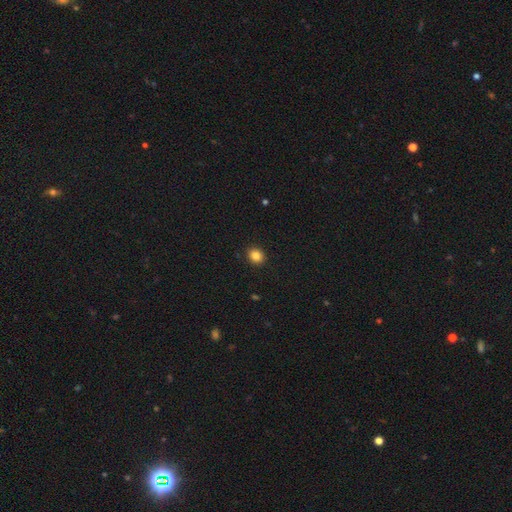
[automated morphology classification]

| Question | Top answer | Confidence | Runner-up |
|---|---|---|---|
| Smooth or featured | smooth | 85% | star or artifact (11%) |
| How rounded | round | 71% | in between (28%) |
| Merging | none | 91% | minor disturbance (6%) |